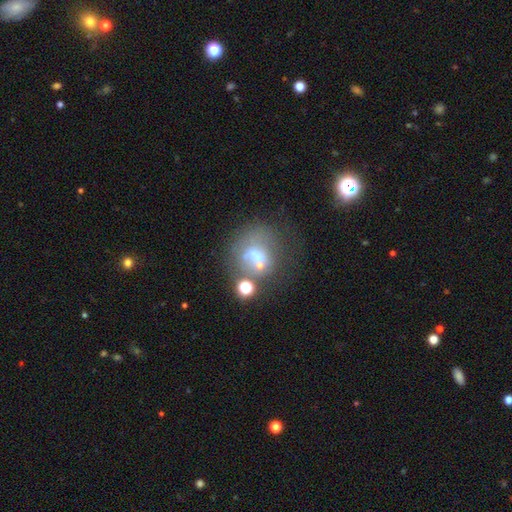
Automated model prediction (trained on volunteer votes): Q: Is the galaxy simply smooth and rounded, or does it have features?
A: smooth — 40%.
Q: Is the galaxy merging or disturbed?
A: none — 36%.